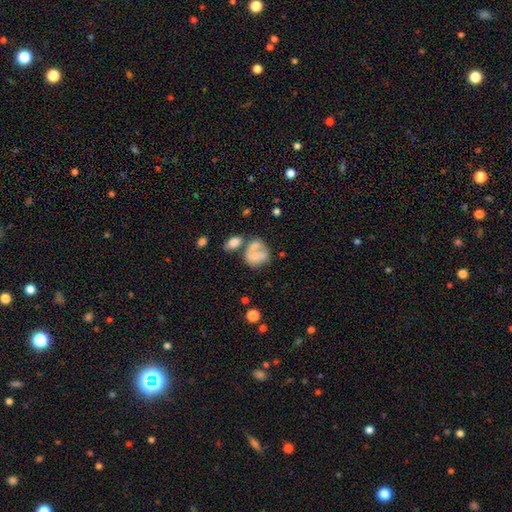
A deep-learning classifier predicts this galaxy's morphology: type=smooth (56%); roundness=in between (52%); merging=merger (42%).